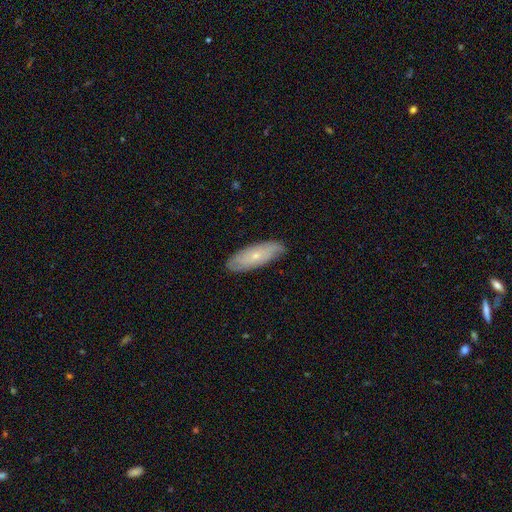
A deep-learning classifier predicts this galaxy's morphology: Smooth or featured? Predicted: featured or disk (p=0.49). Merging? Predicted: none (p=0.81).